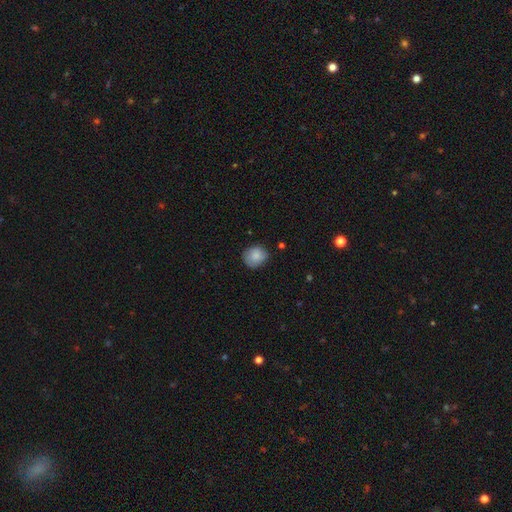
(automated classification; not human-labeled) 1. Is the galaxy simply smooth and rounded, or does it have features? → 85% smooth, 8% star or artifact, 7% featured or disk.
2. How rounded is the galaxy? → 74% round, 25% in between, 1% cigar-shaped.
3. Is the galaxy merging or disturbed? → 72% none, 22% minor disturbance, 4% major disturbance, 2% merger.